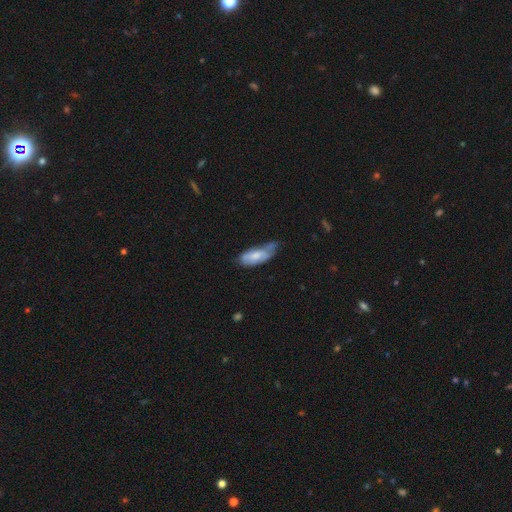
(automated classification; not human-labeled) This is likely a smooth galaxy (64%). How rounded: likely in between (75%). Merging: marginally minor disturbance (43%).